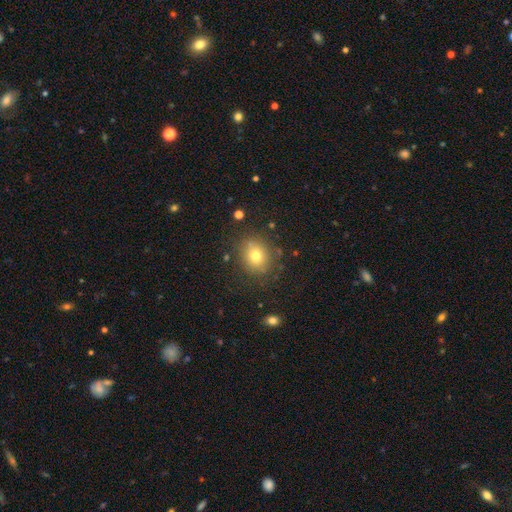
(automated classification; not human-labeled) A smooth galaxy with no disk features (74%) that is round (72%). Merging: none (82%).